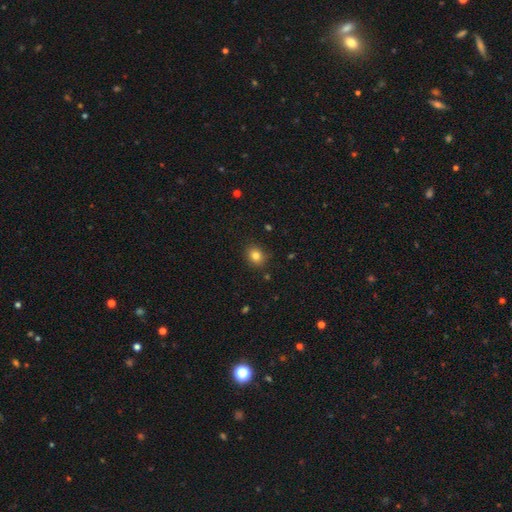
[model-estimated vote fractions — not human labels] A smooth galaxy with no disk features (82%) that is round (58%).

Vote fractions:
- Smooth or featured? smooth: 82% / star or artifact: 12% / featured or disk: 7%
- How rounded? round: 58% / in between: 41% / cigar-shaped: 1%
- Merging? none: 86% / minor disturbance: 11% / major disturbance: 2% / merger: 1%